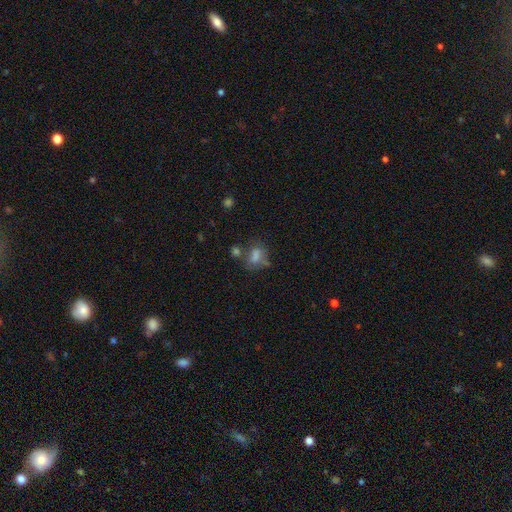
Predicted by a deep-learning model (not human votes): Morphology: type=smooth (70%); roundness=in between (73%); merging=none (42%).